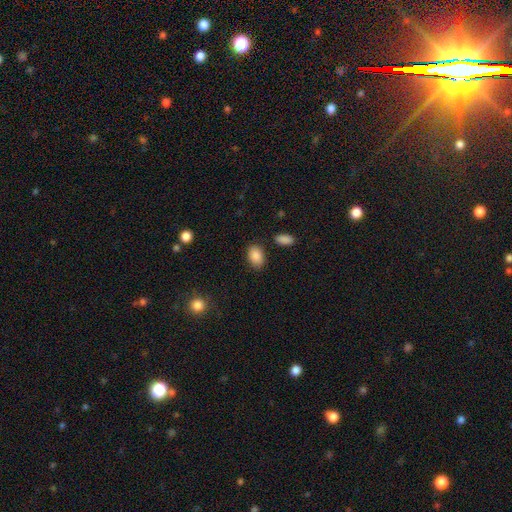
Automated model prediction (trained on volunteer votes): A smooth galaxy with no disk features (89%) that is in between round and cigar-shaped (86%).

Vote fractions:
- Smooth or featured? smooth: 89% / star or artifact: 7% / featured or disk: 4%
- How rounded? in between: 86% / round: 13% / cigar-shaped: 1%
- Merging? none: 83% / minor disturbance: 10% / merger: 3% / major disturbance: 3%